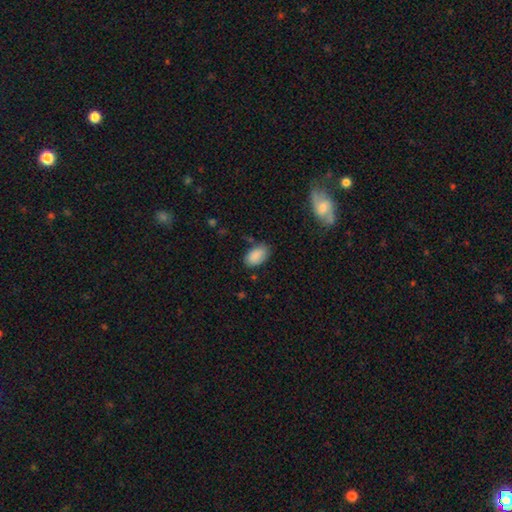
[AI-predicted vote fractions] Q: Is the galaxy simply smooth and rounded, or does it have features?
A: smooth — 87%.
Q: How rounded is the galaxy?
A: in between — 93%.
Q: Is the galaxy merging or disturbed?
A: none — 72%.